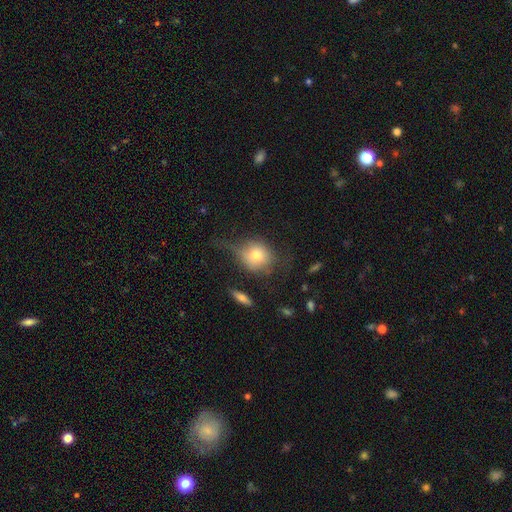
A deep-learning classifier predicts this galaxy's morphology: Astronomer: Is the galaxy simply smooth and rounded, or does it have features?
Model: smooth — 66%.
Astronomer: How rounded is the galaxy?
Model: round — 76%.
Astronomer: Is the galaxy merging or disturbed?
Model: none — 46% (runner-up: minor disturbance, 29%).